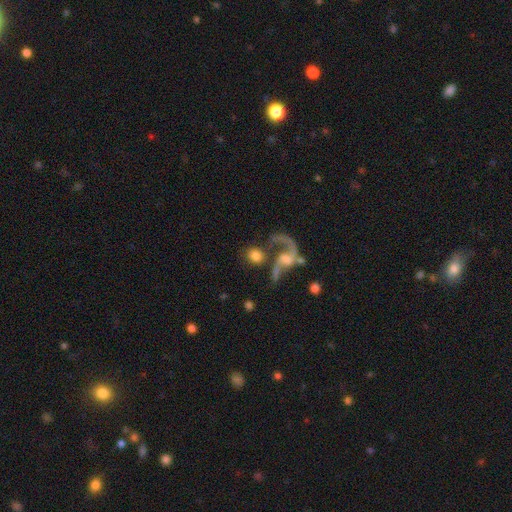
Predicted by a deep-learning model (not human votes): Q: Smooth or featured?
A: smooth (60%); runner-up: featured or disk (31%)
Q: How rounded?
A: round (76%); runner-up: in between (22%)
Q: Merging?
A: none (49%); runner-up: merger (26%)